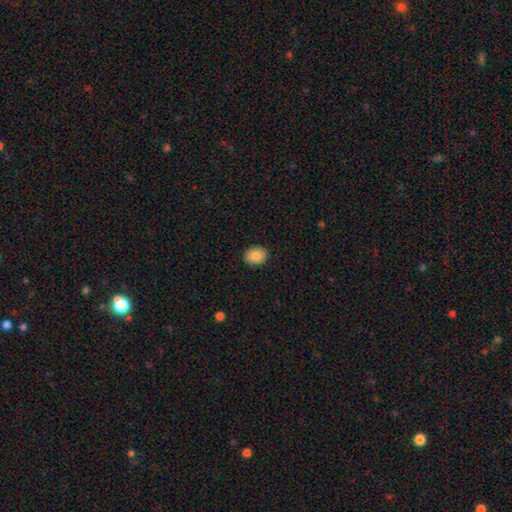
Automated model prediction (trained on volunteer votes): Morphology: type=smooth (87%); roundness=in between (58%); merging=none (90%).